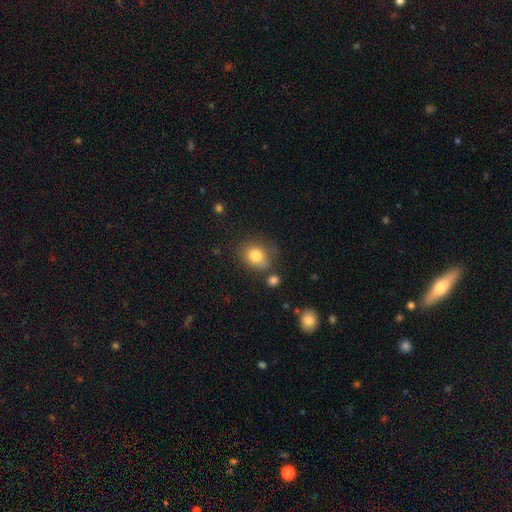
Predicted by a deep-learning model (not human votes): This appears to be a smooth galaxy with no disk features (81%) that is round (56%). Merging: none (64%).